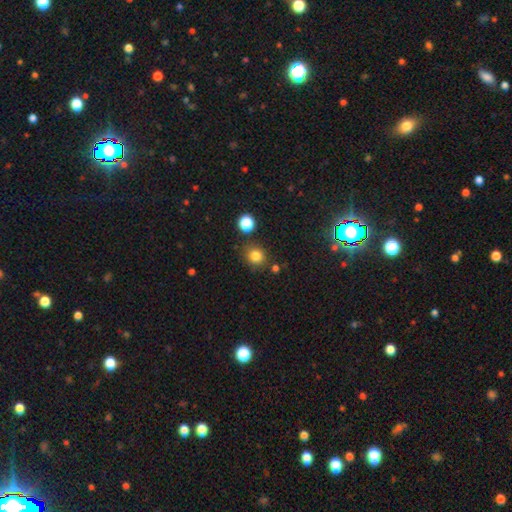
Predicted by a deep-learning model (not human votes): Overall: smooth (81%). How rounded: round (81%). Merging: none (81%).